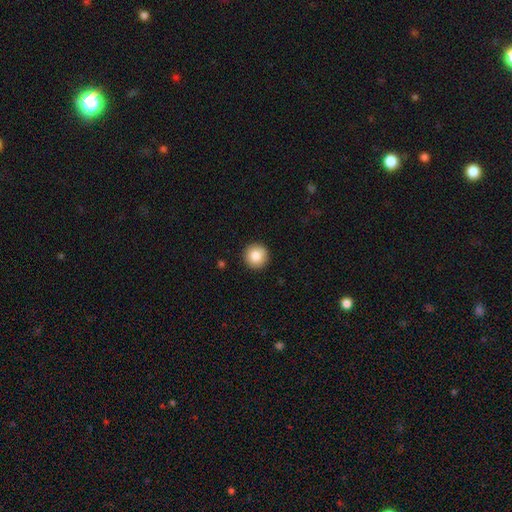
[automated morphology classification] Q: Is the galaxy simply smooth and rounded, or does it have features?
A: smooth — 84%.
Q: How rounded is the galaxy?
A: round — 96%.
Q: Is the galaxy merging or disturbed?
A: none — 90%.